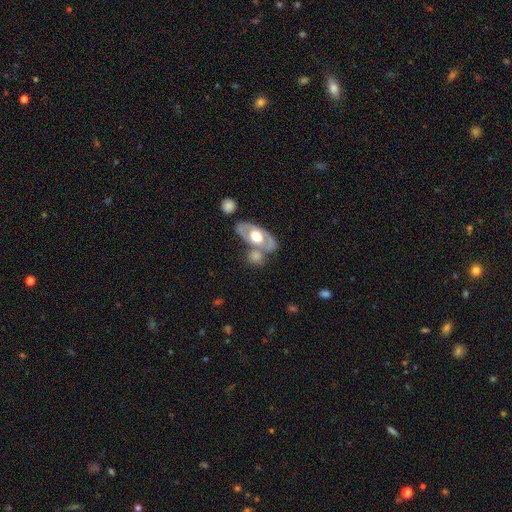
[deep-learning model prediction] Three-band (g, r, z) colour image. It shows a featured or disk galaxy (56%). Merging: none (52%).